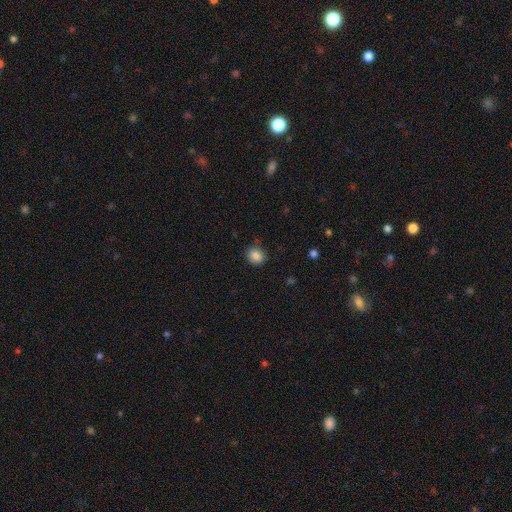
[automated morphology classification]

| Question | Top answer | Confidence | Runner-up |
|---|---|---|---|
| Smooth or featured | smooth | 86% | star or artifact (9%) |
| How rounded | round | 67% | in between (32%) |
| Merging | none | 84% | minor disturbance (12%) |